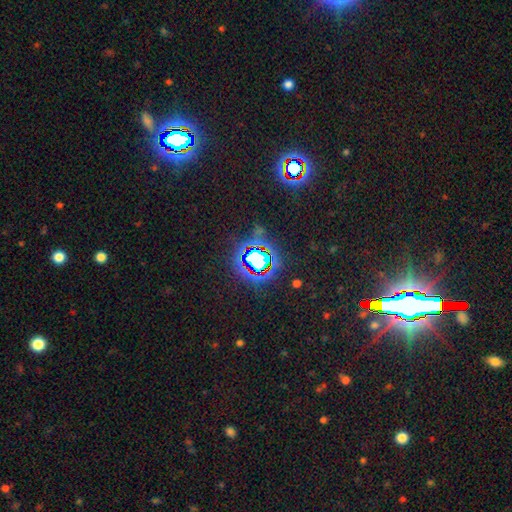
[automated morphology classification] Smooth or featured? star or artifact (75%)